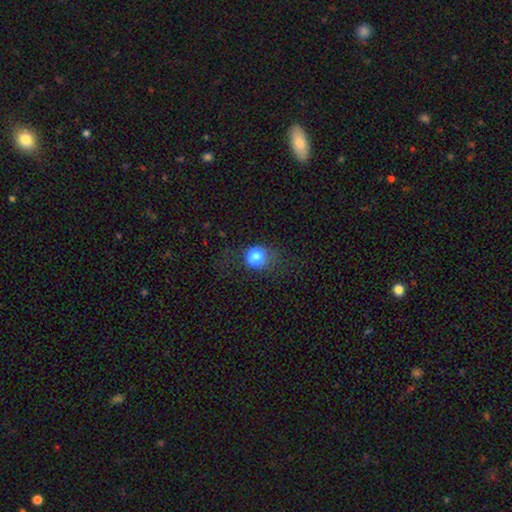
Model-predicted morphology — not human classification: Smooth or featured?
  - smooth: 81% *
  - star or artifact: 11%
  - featured or disk: 8%
How rounded?
  - round: 74% *
  - in between: 25%
  - cigar-shaped: 1%
Merging?
  - none: 60% *
  - minor disturbance: 23%
  - major disturbance: 16%
  - merger: 1%